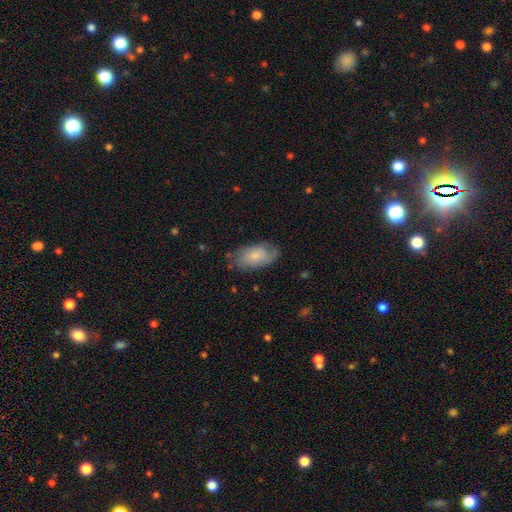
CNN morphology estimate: Smooth or featured? smooth (60%)
How rounded? in between (93%)
Merging? none (69%)